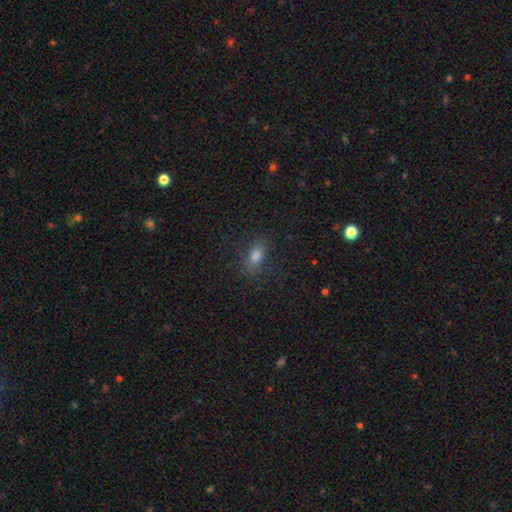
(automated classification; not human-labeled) The model was most divided on "smooth or featured": smooth: 73%, star or artifact: 16%, featured or disk: 11%. More confident: merging — none (80%); how rounded — in between (78%).